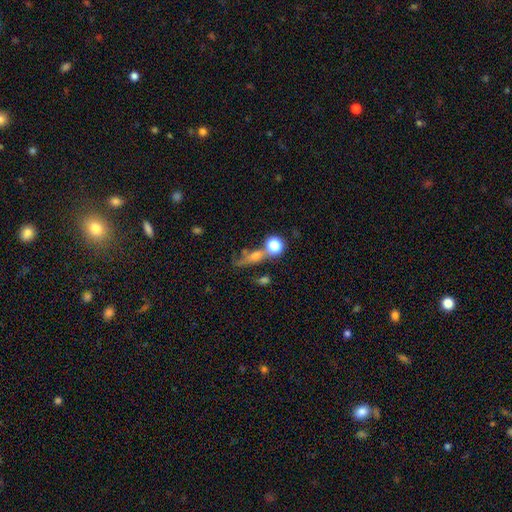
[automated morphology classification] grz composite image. It shows a smooth galaxy with no disk features (48%). Merging: none (45%).